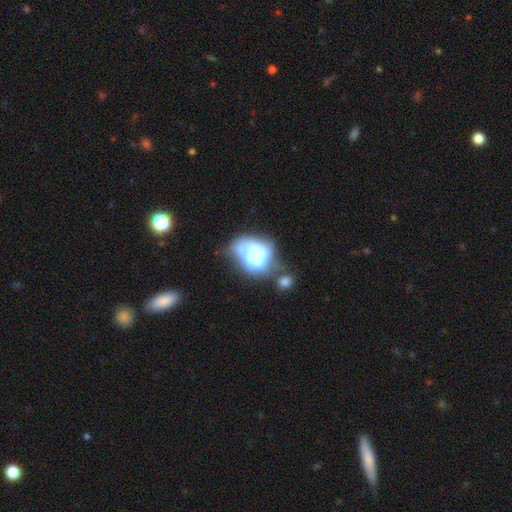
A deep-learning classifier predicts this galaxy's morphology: smooth_or_featured: smooth (p=0.50) [alt: featured or disk p=0.40]
how_rounded: in between (p=0.65) [alt: round p=0.33]
merging: merger (p=0.39) [alt: major disturbance p=0.25]